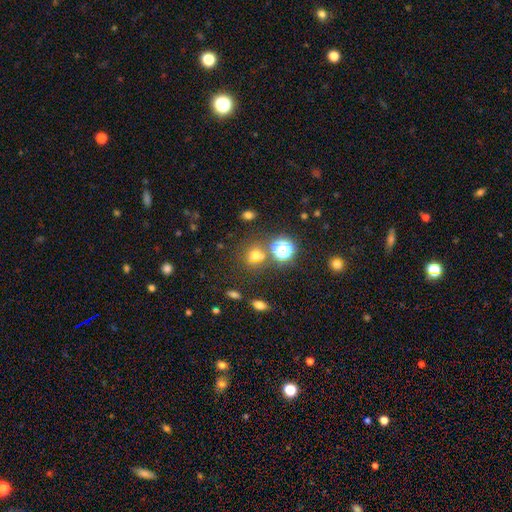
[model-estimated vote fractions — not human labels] This appears to be a smooth galaxy with no disk features (60%) that is round (82%). Merging: none (71%).